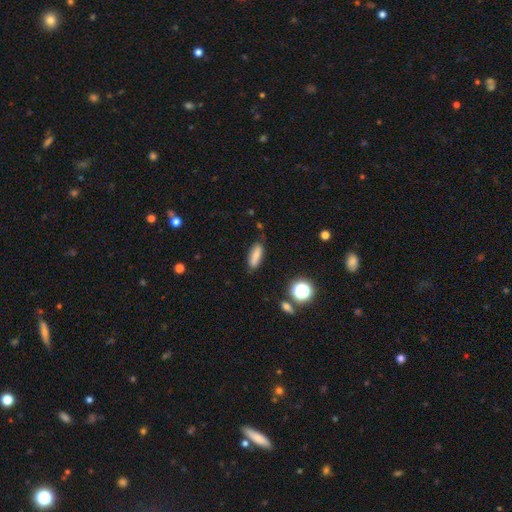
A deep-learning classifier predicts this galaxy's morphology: smooth_or_featured: smooth (p=0.75) [alt: featured or disk p=0.14]
how_rounded: in between (p=0.59) [alt: cigar-shaped p=0.37]
merging: none (p=0.79) [alt: minor disturbance p=0.15]